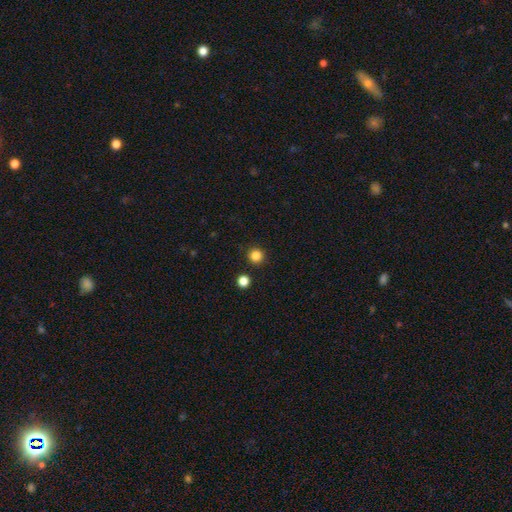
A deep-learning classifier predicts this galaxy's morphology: Smooth or featured? Predicted: smooth (p=0.84). How rounded? Predicted: round (p=0.96). Merging? Predicted: none (p=0.92).